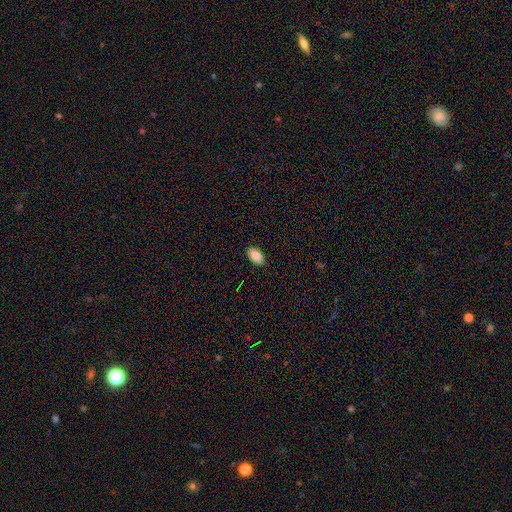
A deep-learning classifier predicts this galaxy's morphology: Overall: smooth (89%). How rounded: in between (94%). Merging: none (89%).